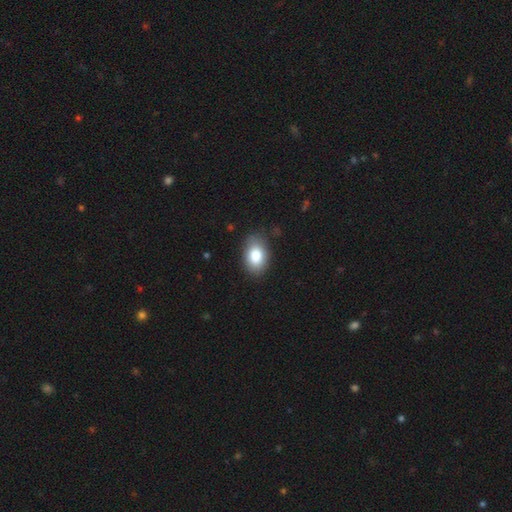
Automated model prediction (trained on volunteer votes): smooth_or_featured: smooth (p=0.82) [alt: featured or disk p=0.10]
how_rounded: in between (p=0.87) [alt: round p=0.11]
merging: none (p=0.83) [alt: minor disturbance p=0.13]